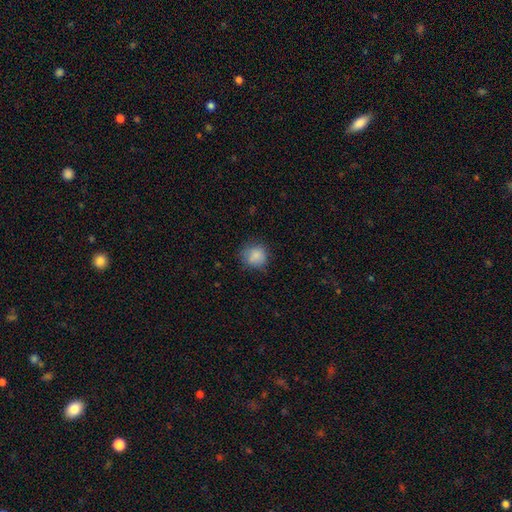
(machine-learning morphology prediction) This appears to be a smooth galaxy with no disk features (83%) that is round (84%). Merging: none (72%).